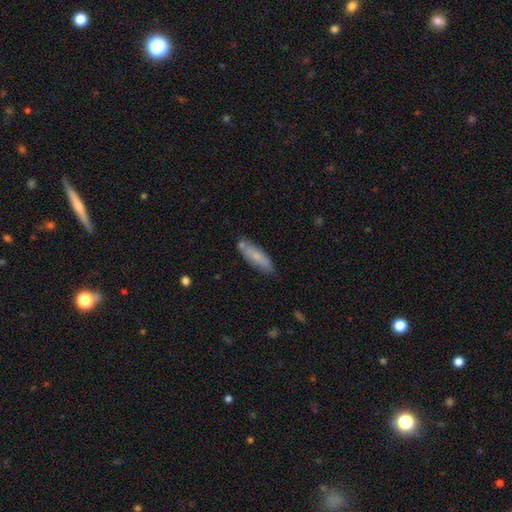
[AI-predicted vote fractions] Overall: smooth (70%). How rounded: cigar-shaped (59%; in between 39%). Merging: none (72%).